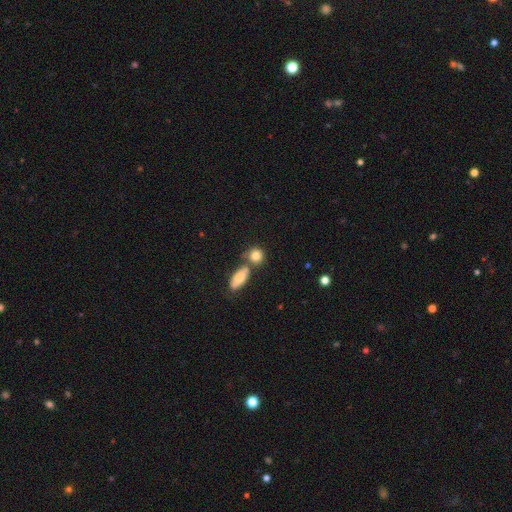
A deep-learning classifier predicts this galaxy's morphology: type=smooth (82%); roundness=round (71%); merging=none (57%).